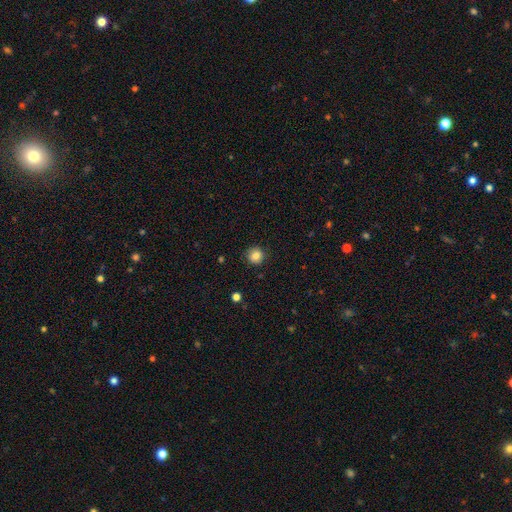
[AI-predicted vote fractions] smooth_or_featured: smooth (p=0.84) [alt: star or artifact p=0.11]
how_rounded: round (p=0.92) [alt: in between p=0.07]
merging: none (p=0.88) [alt: minor disturbance p=0.08]